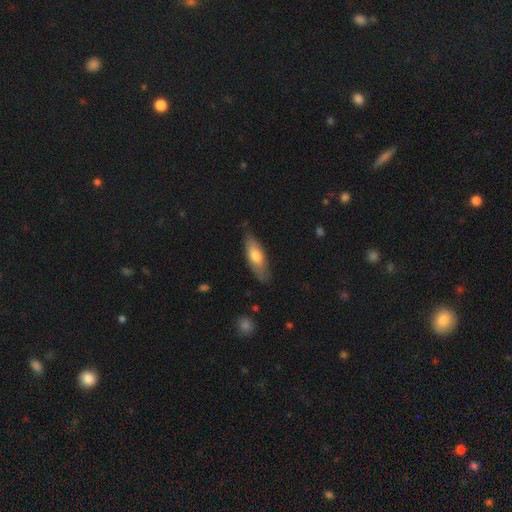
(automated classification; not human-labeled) Smooth or featured? Predicted: smooth (p=0.68). How rounded? Predicted: in between (p=0.64). Merging? Predicted: none (p=0.77).